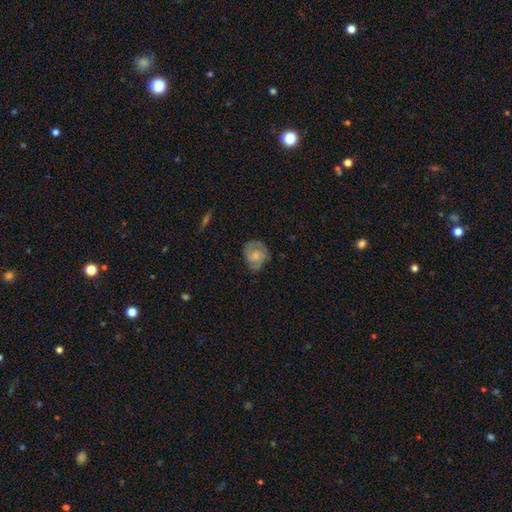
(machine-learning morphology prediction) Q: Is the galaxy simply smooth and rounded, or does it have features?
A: smooth — 52%.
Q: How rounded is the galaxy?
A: round — 59%.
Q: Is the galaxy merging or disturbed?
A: none — 63%.